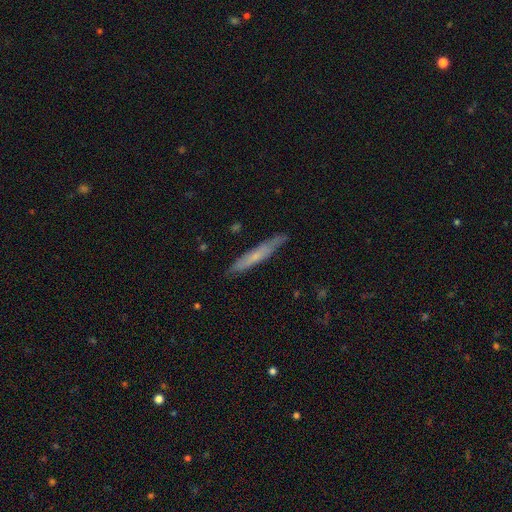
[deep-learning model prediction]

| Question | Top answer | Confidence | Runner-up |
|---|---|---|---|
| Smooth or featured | smooth | 51% | featured or disk (42%) |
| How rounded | cigar-shaped | 94% | in between (4%) |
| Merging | none | 83% | minor disturbance (13%) |